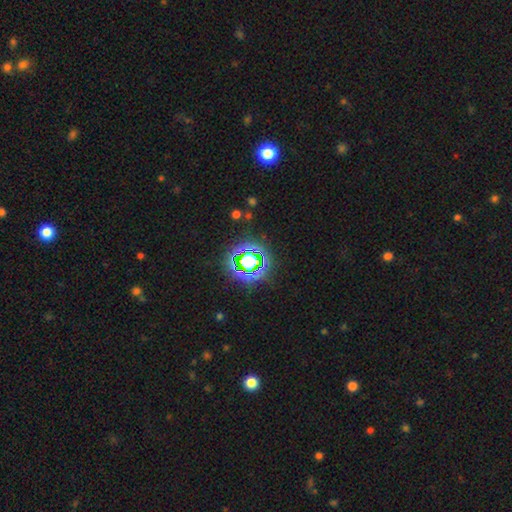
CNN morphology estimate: Smooth or featured? star or artifact (75%)